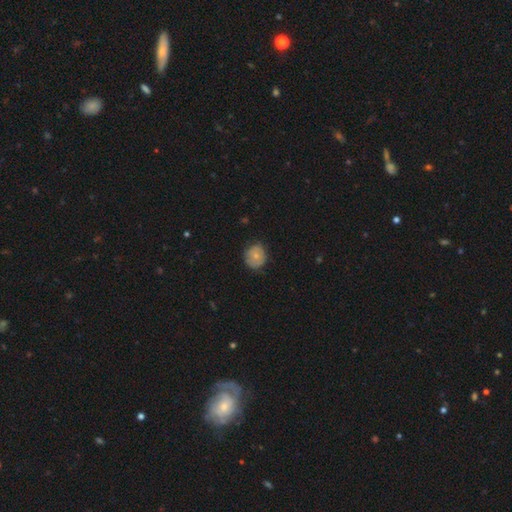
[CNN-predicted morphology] Smooth or featured: smooth — 70% (featured or disk — 22%)
How rounded: round — 81% (in between — 18%)
Merging: none — 72% (minor disturbance — 23%)